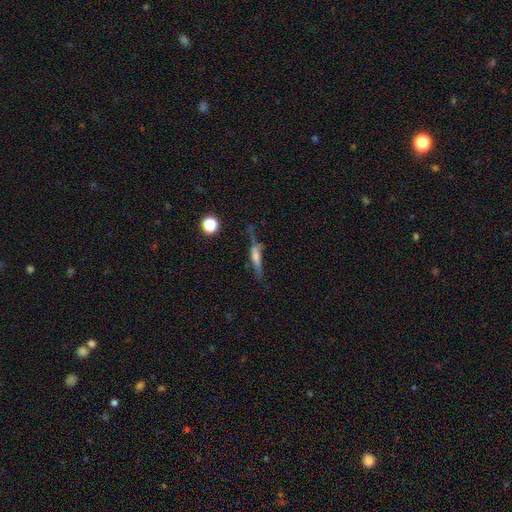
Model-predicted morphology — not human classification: Smooth or featured?
  - featured or disk: 49% *
  - smooth: 39%
  - star or artifact: 12%
Merging?
  - none: 62% *
  - minor disturbance: 22%
  - major disturbance: 11%
  - merger: 5%